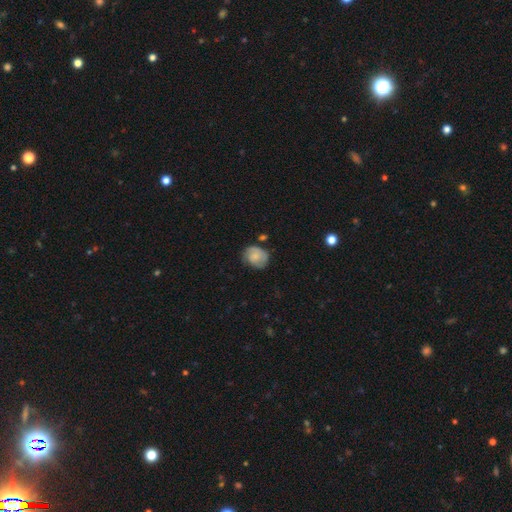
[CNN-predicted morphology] Smooth or featured?
  - smooth: 72% *
  - featured or disk: 21%
  - star or artifact: 8%
How rounded?
  - round: 58% *
  - in between: 41%
  - cigar-shaped: 1%
Merging?
  - none: 62% *
  - minor disturbance: 27%
  - major disturbance: 7%
  - merger: 4%